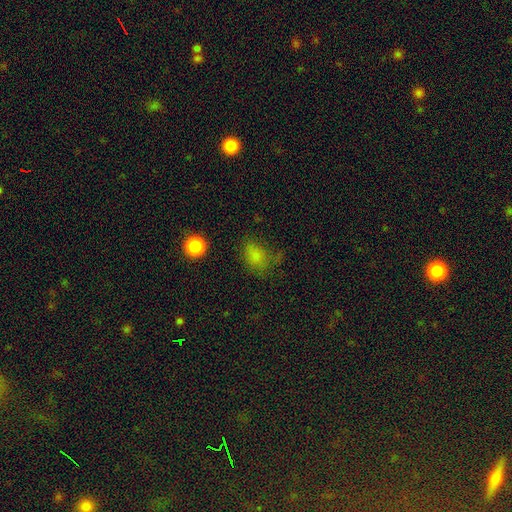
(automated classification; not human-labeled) Morphology: type=smooth (74%); roundness=in between (64%); merging=none (52%).